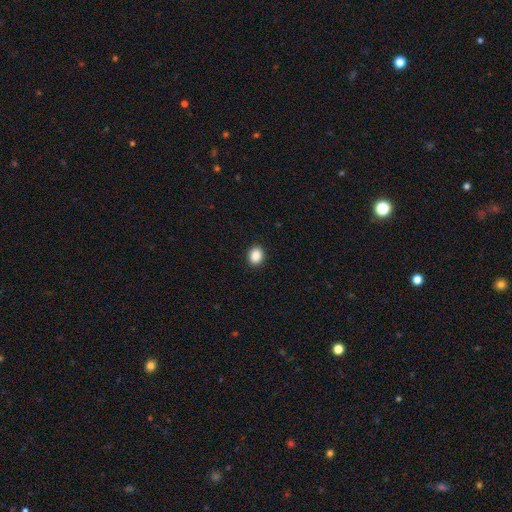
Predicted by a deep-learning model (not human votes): This appears to be a smooth galaxy with no disk features (89%) that is round (51%). Merging: none (92%).